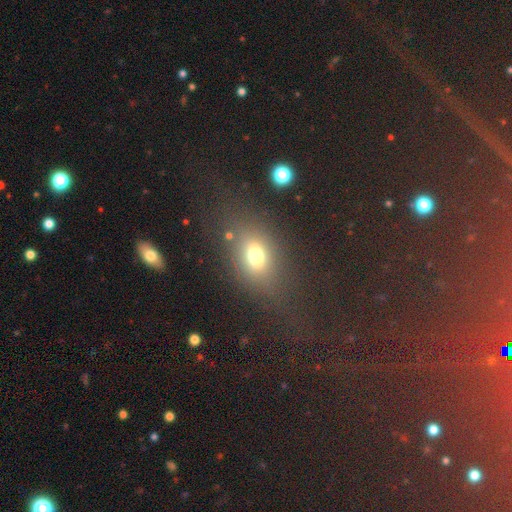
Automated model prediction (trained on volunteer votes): Overall: smooth (69%). How rounded: in between (65%; round 32%). Merging: none (73%).